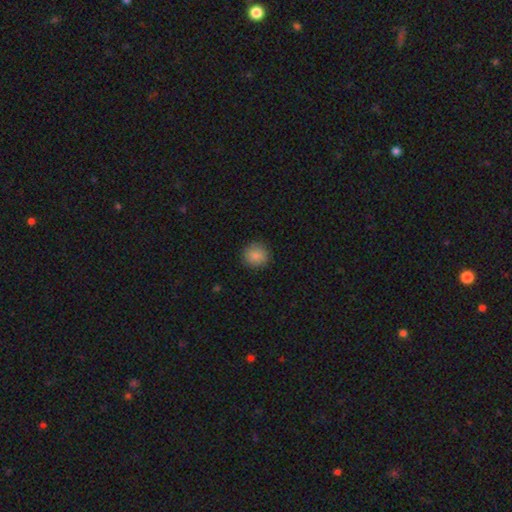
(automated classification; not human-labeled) Morphology: type=smooth (86%); roundness=round (91%); merging=none (89%).